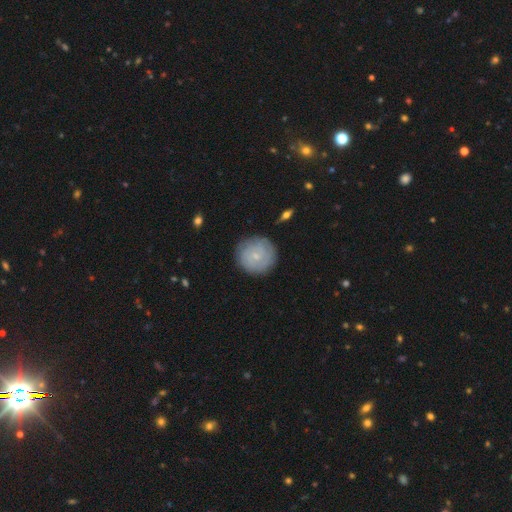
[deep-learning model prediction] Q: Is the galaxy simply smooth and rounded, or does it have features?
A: featured or disk — 48%.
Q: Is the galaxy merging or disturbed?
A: none — 85%.